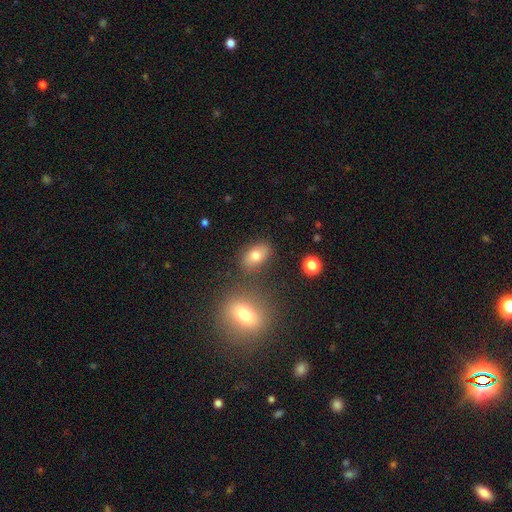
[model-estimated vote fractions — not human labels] A smooth galaxy with no disk features (75%) that is in between round and cigar-shaped (84%).

Vote fractions:
- Smooth or featured? smooth: 75% / featured or disk: 14% / star or artifact: 11%
- How rounded? in between: 84% / round: 13% / cigar-shaped: 2%
- Merging? none: 76% / minor disturbance: 12% / merger: 7% / major disturbance: 4%